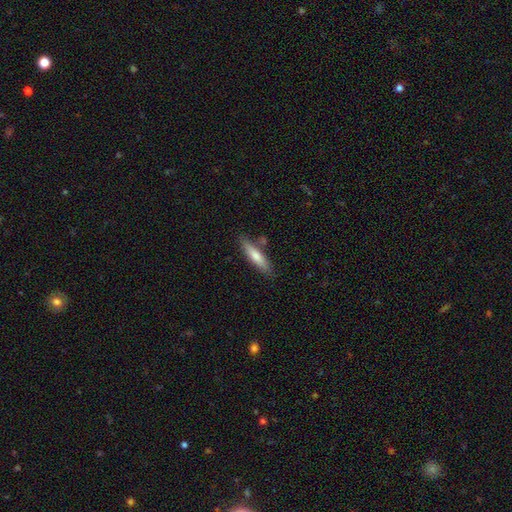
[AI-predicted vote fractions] A smooth galaxy with no disk features (61%) that is cigar-shaped (83%). Merging: none (82%).